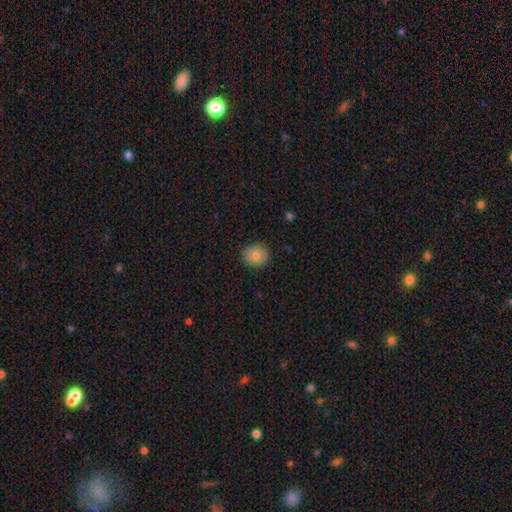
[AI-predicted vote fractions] This is likely a smooth galaxy (79%). How rounded: likely round (77%). Merging: clearly none (88%).